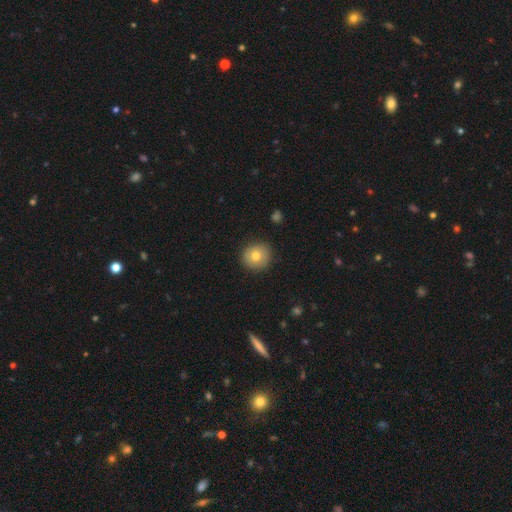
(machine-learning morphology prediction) Smooth or featured? Predicted: smooth (p=0.76). How rounded? Predicted: round (p=0.89). Merging? Predicted: none (p=0.86).